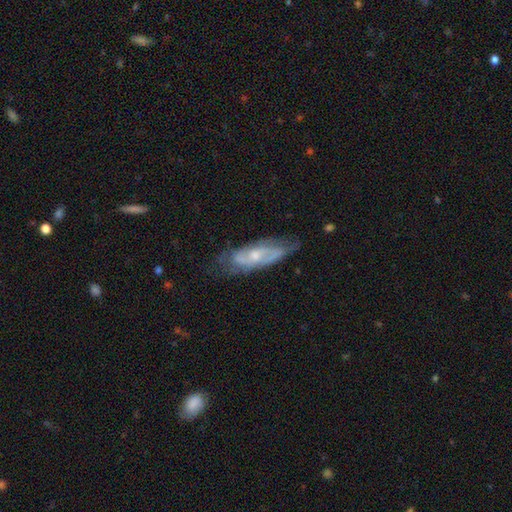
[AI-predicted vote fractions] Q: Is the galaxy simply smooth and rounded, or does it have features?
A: featured or disk — 69%.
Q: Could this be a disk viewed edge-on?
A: no — 79%.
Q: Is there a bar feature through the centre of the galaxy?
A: no — 65%.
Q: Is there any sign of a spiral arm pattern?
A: yes — 76%.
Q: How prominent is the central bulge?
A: small — 48%.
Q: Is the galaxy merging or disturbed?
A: none — 62%.